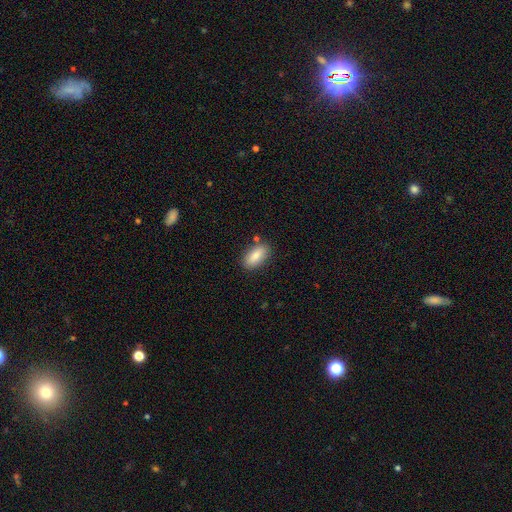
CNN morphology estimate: Smooth or featured?
  - smooth: 83% *
  - featured or disk: 10%
  - star or artifact: 7%
How rounded?
  - in between: 89% *
  - cigar-shaped: 8%
  - round: 3%
Merging?
  - none: 83% *
  - minor disturbance: 11%
  - merger: 3%
  - major disturbance: 3%